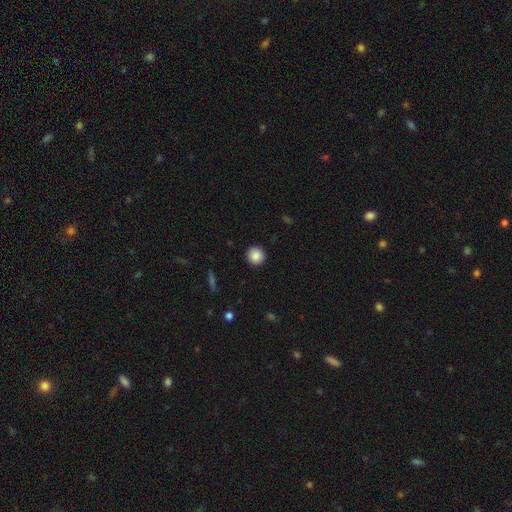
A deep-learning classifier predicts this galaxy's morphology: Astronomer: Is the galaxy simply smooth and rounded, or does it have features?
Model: smooth — 87%.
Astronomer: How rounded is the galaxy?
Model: round — 94%.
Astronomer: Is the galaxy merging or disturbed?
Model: none — 91%.